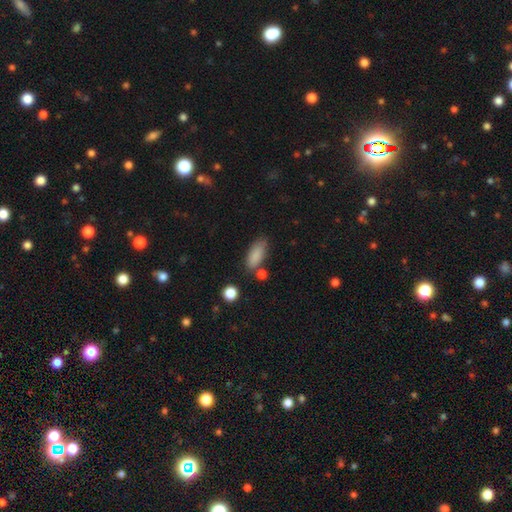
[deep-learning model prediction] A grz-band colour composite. It shows a smooth galaxy with no disk features (86%) that is in between round and cigar-shaped (79%). Merging: none (68%).